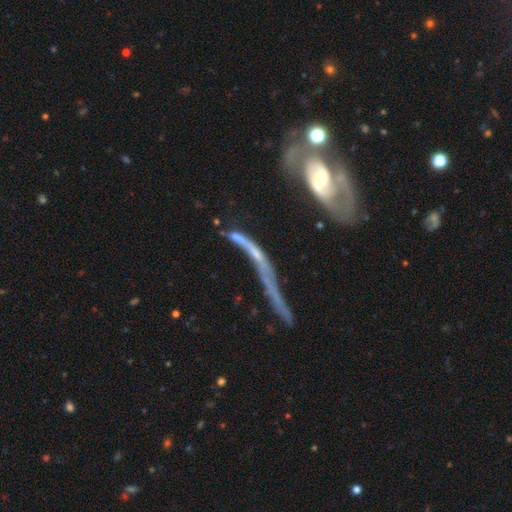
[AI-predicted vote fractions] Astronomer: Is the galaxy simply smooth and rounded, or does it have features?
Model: featured or disk — 65%.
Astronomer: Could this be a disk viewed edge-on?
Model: no — 53% (runner-up: yes, 47%).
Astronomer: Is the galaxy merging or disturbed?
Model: none — 31% (runner-up: major disturbance, 26%).